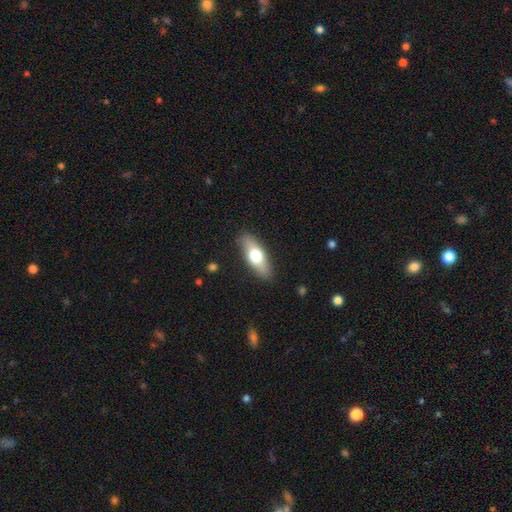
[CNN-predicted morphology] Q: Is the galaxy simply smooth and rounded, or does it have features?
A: smooth — 62%.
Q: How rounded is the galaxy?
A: in between — 66%.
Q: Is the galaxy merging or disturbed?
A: none — 88%.